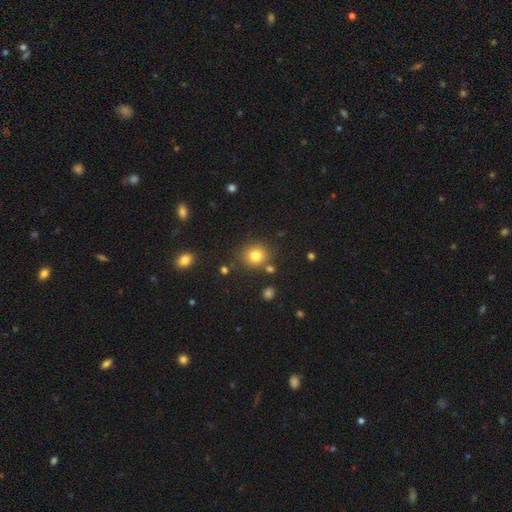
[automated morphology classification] smooth_or_featured: smooth (p=0.80) [alt: star or artifact p=0.12]
how_rounded: round (p=0.85) [alt: in between p=0.14]
merging: none (p=0.81) [alt: minor disturbance p=0.09]